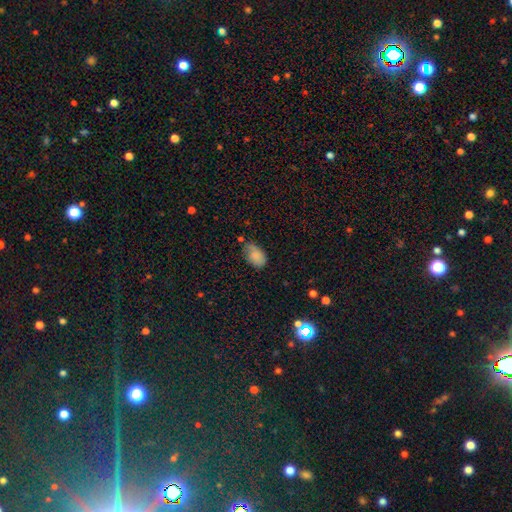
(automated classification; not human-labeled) Smooth or featured?
  - smooth: 82% *
  - featured or disk: 10%
  - star or artifact: 8%
How rounded?
  - in between: 91% *
  - round: 8%
  - cigar-shaped: 2%
Merging?
  - none: 49% *
  - minor disturbance: 36%
  - major disturbance: 11%
  - merger: 5%